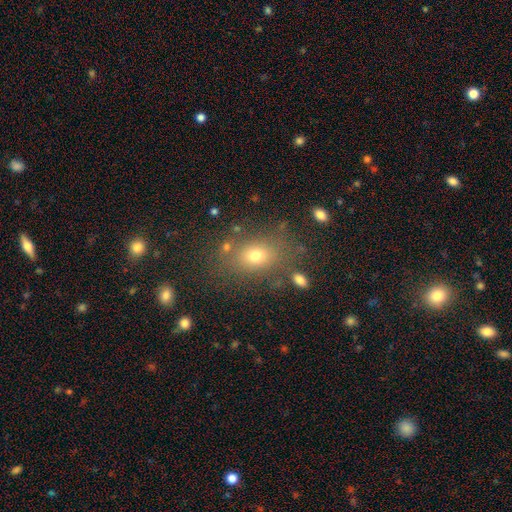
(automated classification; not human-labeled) A smooth galaxy with no disk features (69%) that is in between round and cigar-shaped (62%). Merging: none (78%).